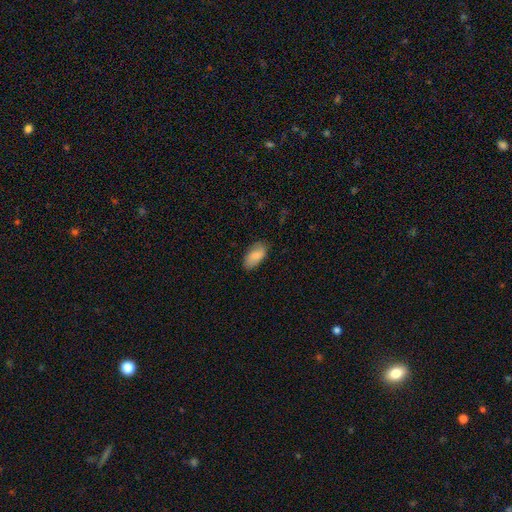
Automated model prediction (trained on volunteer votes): smooth-or-featured: smooth: 84% | featured or disk: 10% | star or artifact: 6%
  how-rounded: in between: 93% | cigar-shaped: 4% | round: 3%
  merging: none: 81% | minor disturbance: 15% | major disturbance: 3% | merger: 1%